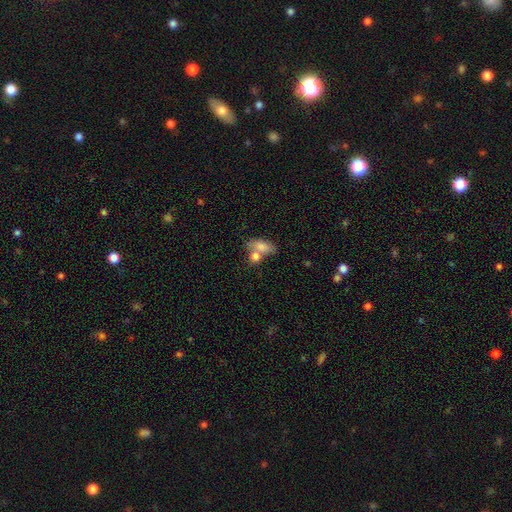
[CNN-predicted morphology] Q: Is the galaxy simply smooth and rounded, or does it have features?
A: smooth — 71%.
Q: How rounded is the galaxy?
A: in between — 69%.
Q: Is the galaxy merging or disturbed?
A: none — 42%.